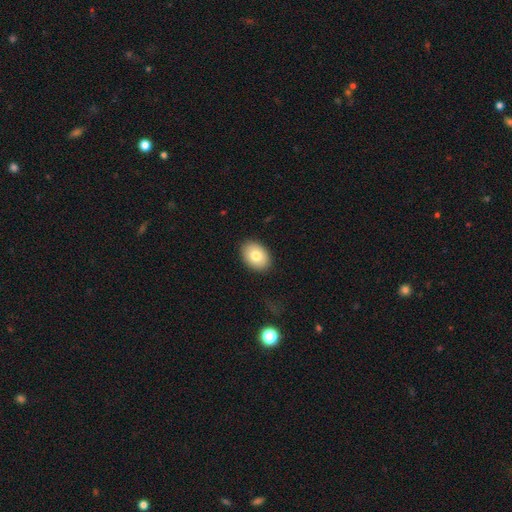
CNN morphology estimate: smooth-or-featured: smooth: 78% | featured or disk: 14% | star or artifact: 7%
  how-rounded: in between: 77% | round: 22% | cigar-shaped: 1%
  merging: none: 89% | minor disturbance: 8% | major disturbance: 2% | merger: 1%